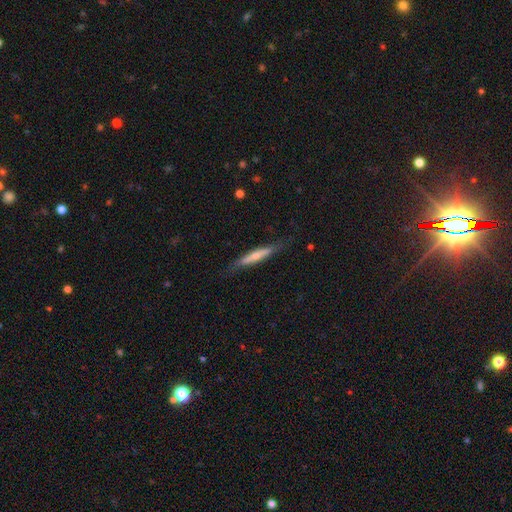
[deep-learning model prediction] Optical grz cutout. It shows a smooth galaxy with no disk features (54%) that is cigar-shaped (92%). Merging: none (80%).